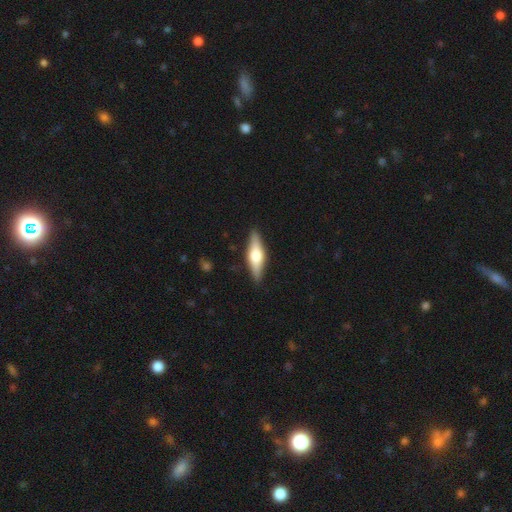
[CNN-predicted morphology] Q: Smooth or featured?
A: featured or disk (55%); runner-up: smooth (40%)
Q: Edge-on disk?
A: yes (94%); runner-up: no (6%)
Q: Edge-on bulge?
A: rounded (90%); runner-up: boxy (7%)
Q: Merging?
A: none (89%); runner-up: minor disturbance (8%)